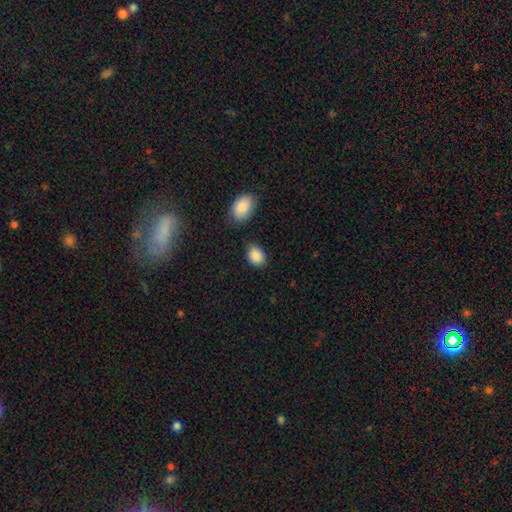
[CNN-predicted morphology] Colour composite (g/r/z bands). It shows a smooth galaxy with no disk features (89%) that is in between round and cigar-shaped (69%). Merging: none (78%).